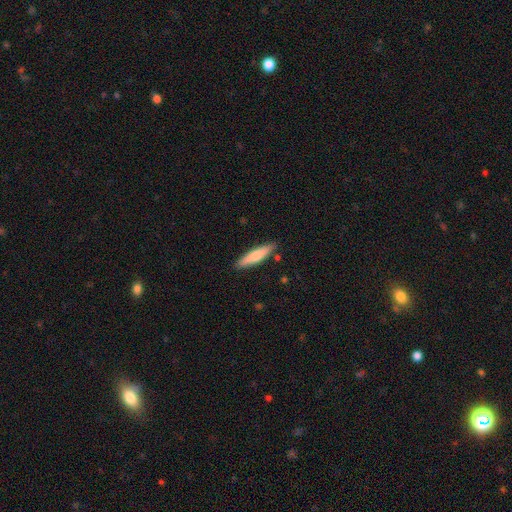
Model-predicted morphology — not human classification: A smooth galaxy with no disk features (69%) that is cigar-shaped (81%).

Vote fractions:
- Smooth or featured? smooth: 69% / featured or disk: 26% / star or artifact: 5%
- How rounded? cigar-shaped: 81% / in between: 18% / round: 1%
- Merging? none: 87% / minor disturbance: 9% / merger: 2% / major disturbance: 2%